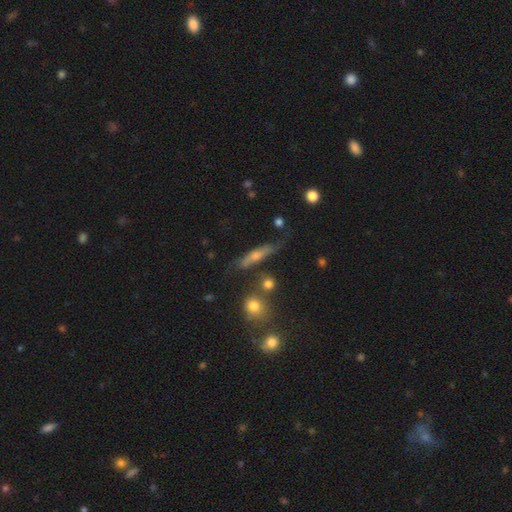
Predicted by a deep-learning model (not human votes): This is possibly a featured or disk galaxy (46%). Merging: likely none (71%).